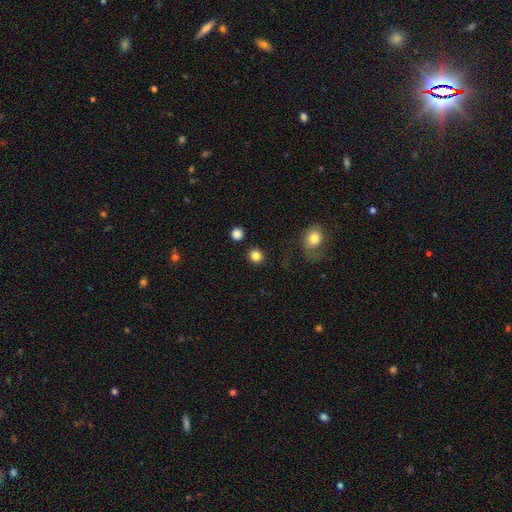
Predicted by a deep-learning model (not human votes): A smooth galaxy with no disk features (84%) that is round (86%). Merging: none (88%).